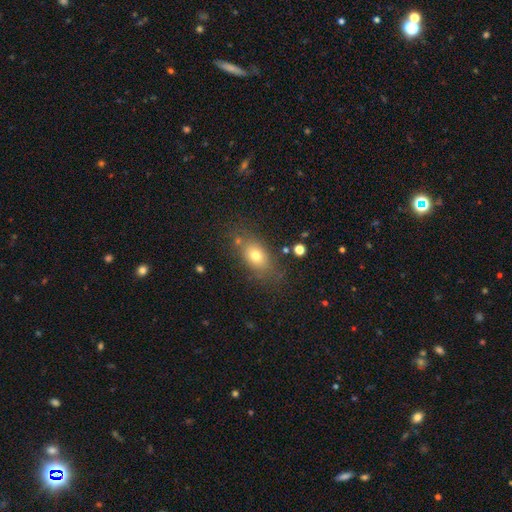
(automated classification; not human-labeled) Smooth or featured: smooth — 72% (featured or disk — 15%)
How rounded: in between — 73% (round — 22%)
Merging: none — 74% (minor disturbance — 15%)